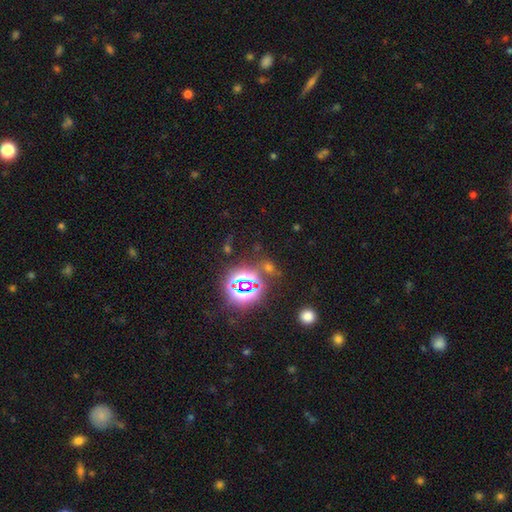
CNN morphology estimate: This is clearly a star or artifact rather than a galaxy (80%).